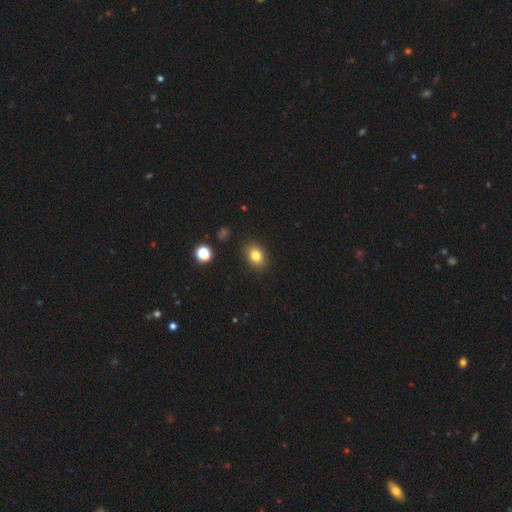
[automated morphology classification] The model was most divided on "how rounded": in between: 63%, round: 36%, cigar-shaped: 1%. More confident: merging — none (88%); smooth or featured — smooth (81%).